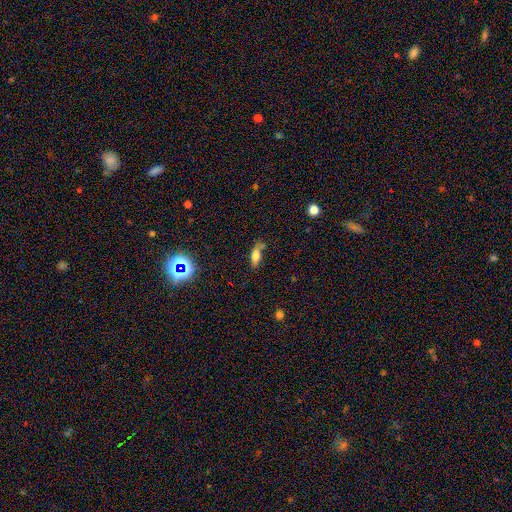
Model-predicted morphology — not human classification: This is likely a smooth galaxy (70%). How rounded: likely in between (72%). Merging: likely none (62%).